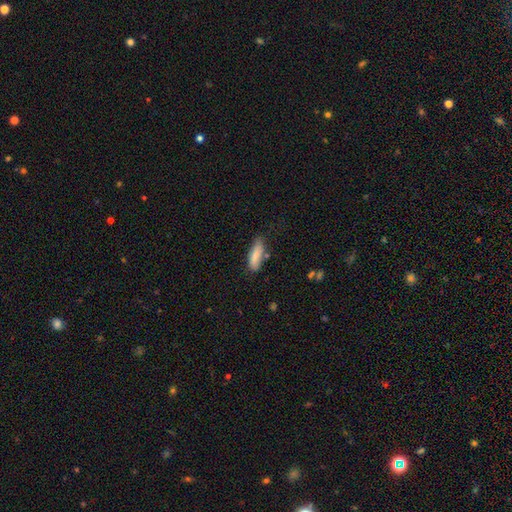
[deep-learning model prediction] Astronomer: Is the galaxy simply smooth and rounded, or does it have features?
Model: smooth — 79%.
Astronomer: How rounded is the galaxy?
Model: in between — 60% (runner-up: cigar-shaped, 38%).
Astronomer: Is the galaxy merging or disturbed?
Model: none — 63%.